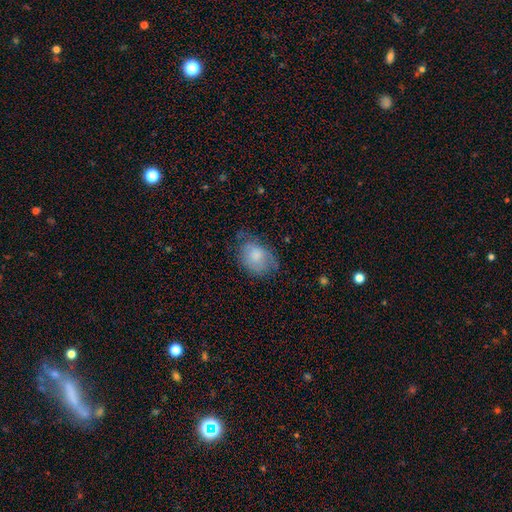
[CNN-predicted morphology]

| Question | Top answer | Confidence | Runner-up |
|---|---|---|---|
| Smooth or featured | smooth | 70% | featured or disk (22%) |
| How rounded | in between | 78% | round (21%) |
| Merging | none | 53% | minor disturbance (33%) |